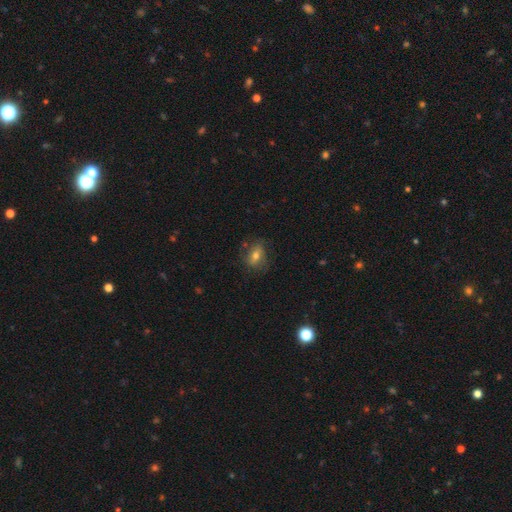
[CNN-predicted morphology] The model was most divided on "smooth or featured": smooth: 51%, featured or disk: 38%, star or artifact: 11%. More confident: merging — none (66%); how rounded — in between (62%).